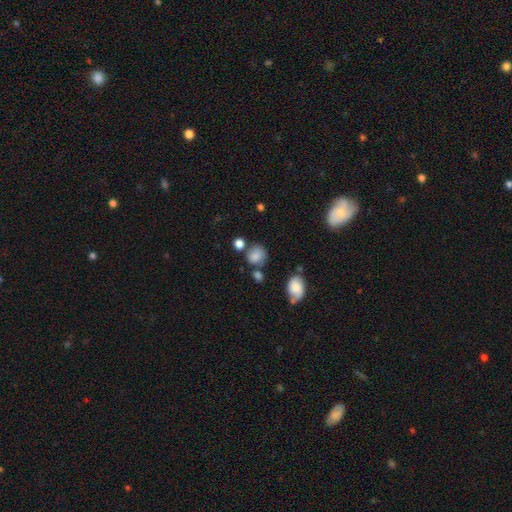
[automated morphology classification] Smooth or featured? smooth (81%)
How rounded? round (72%)
Merging? none (59%)